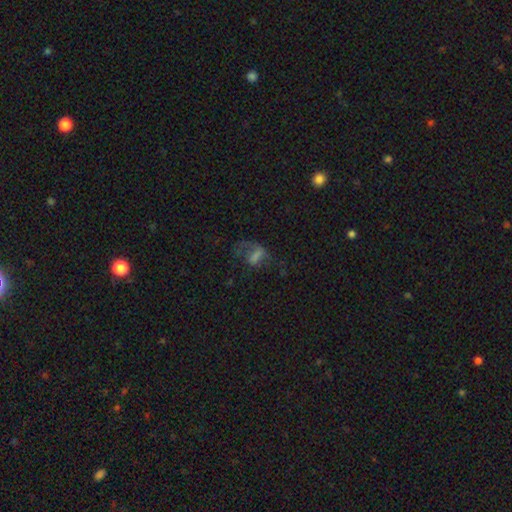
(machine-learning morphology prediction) smooth_or_featured: smooth (p=0.40) [alt: featured or disk p=0.37]
merging: major disturbance (p=0.40) [alt: none p=0.37]